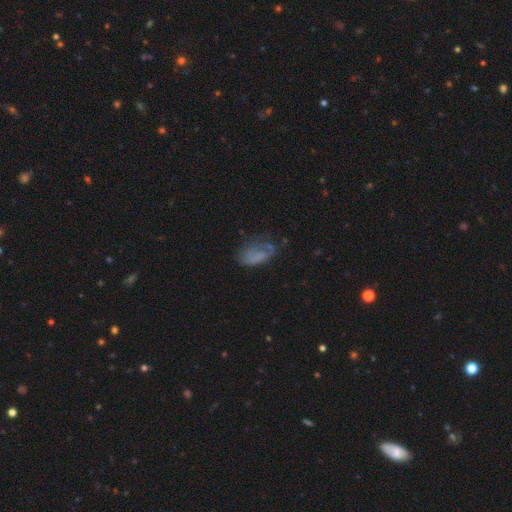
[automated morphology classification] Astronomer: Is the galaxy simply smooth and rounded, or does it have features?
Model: smooth — 55% (runner-up: featured or disk, 32%).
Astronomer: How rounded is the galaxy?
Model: in between — 89%.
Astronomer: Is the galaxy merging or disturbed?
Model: none — 36% (runner-up: major disturbance, 30%).